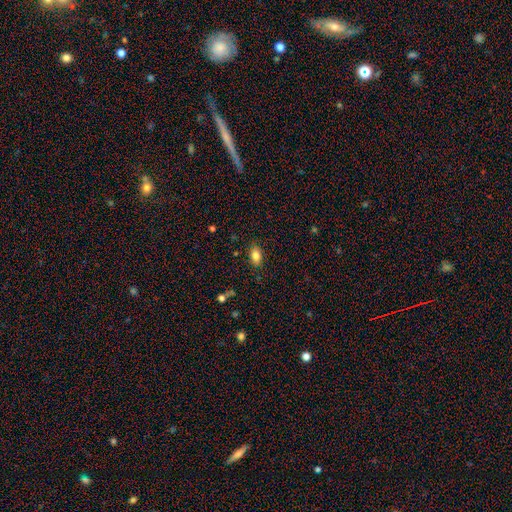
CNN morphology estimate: Smooth or featured? Predicted: smooth (p=0.83). How rounded? Predicted: in between (p=0.89). Merging? Predicted: none (p=0.86).